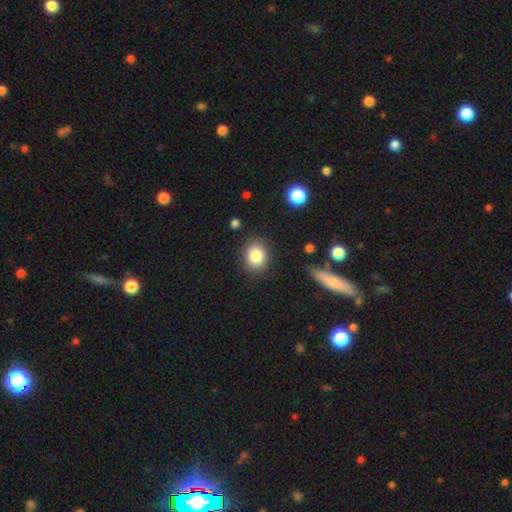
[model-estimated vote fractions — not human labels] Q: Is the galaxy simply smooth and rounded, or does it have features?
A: smooth — 83%.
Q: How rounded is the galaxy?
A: round — 72%.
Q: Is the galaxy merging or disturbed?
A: none — 87%.